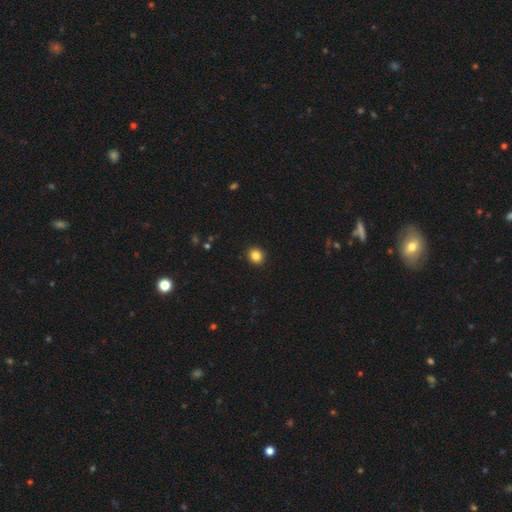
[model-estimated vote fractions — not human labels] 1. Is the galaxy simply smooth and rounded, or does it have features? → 85% smooth, 11% star or artifact, 5% featured or disk.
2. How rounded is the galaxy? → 84% round, 15% in between, 1% cigar-shaped.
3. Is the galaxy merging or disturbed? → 93% none, 5% minor disturbance, 2% major disturbance, 1% merger.